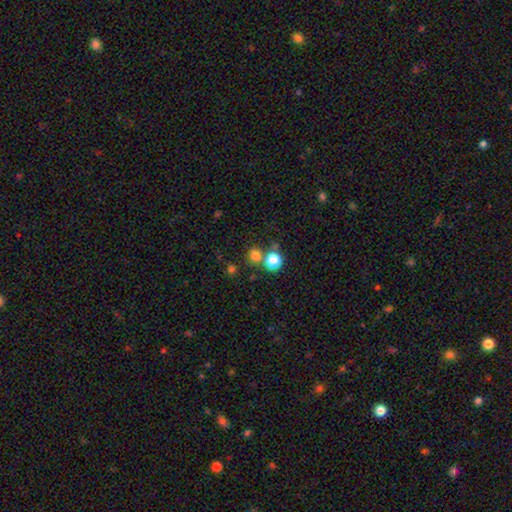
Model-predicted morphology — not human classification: smooth 78%, star or artifact 15%, featured or disk 7%. Down the decision tree: how rounded — round (84%); merging — none (61%).